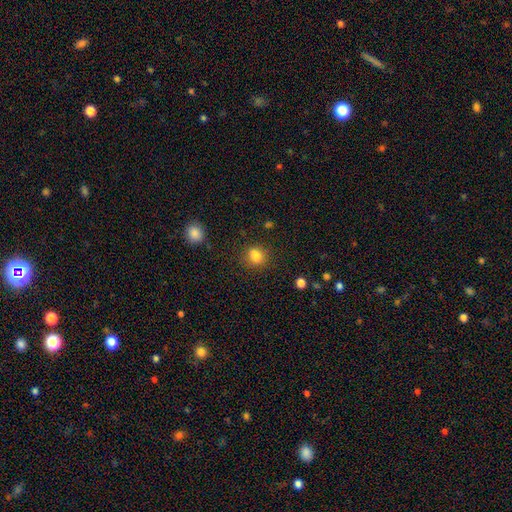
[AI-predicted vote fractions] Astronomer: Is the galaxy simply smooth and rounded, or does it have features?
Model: smooth — 81%.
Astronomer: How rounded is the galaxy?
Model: round — 56% (runner-up: in between, 42%).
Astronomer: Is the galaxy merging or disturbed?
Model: none — 70%.